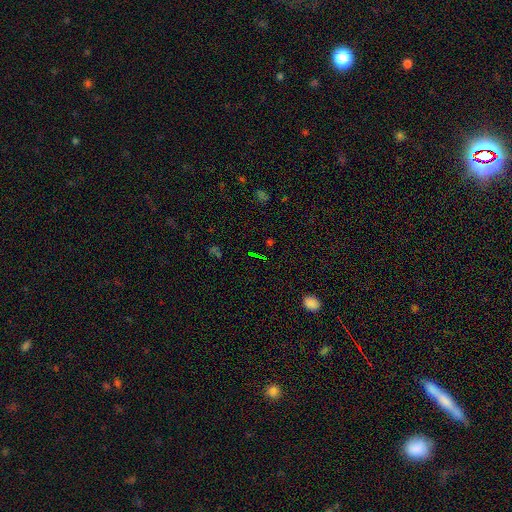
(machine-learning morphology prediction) type=star or artifact (69%).